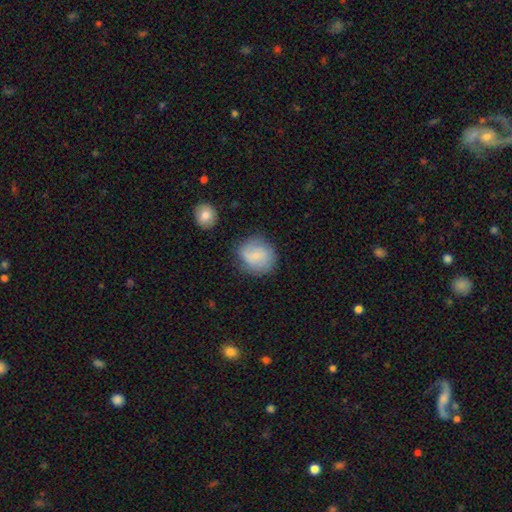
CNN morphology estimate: smooth-or-featured: smooth: 73% | featured or disk: 20% | star or artifact: 8%
  how-rounded: round: 79% | in between: 20% | cigar-shaped: 1%
  merging: none: 72% | minor disturbance: 19% | major disturbance: 6% | merger: 3%